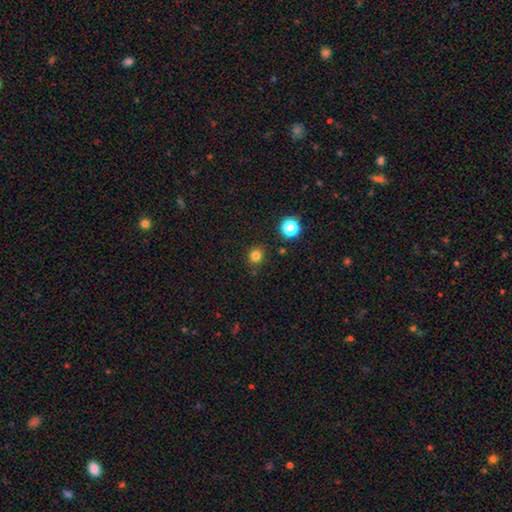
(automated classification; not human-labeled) Morphology: type=smooth (80%); roundness=round (85%); merging=none (87%).